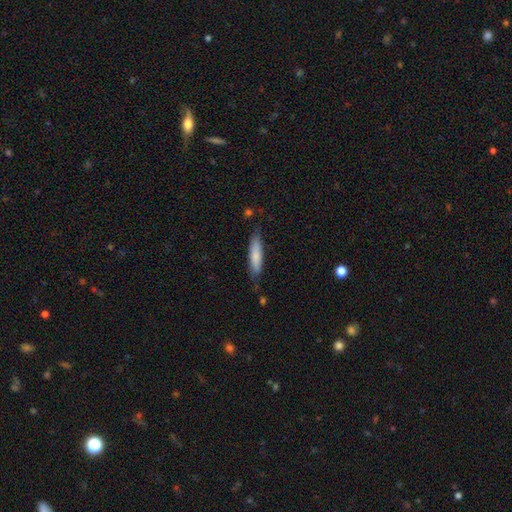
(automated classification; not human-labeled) A smooth galaxy with no disk features (77%) that is cigar-shaped (74%). Merging: none (73%).